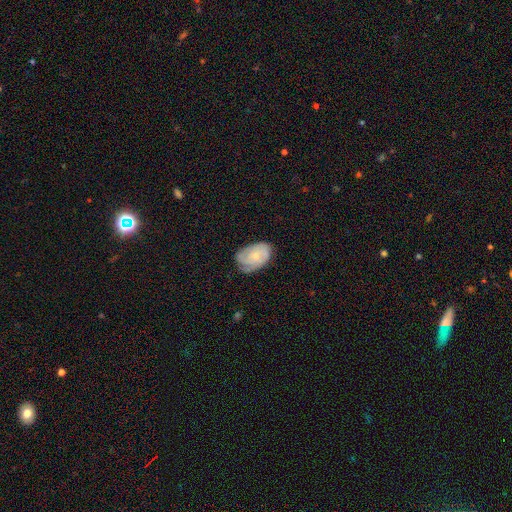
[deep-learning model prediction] featured or disk 58%, smooth 35%, star or artifact 6%. Down the decision tree: edge-on disk — no (97%); bar — no (78%); spiral arms — yes (88%); bulge size — small (64%); merging — none (62%).